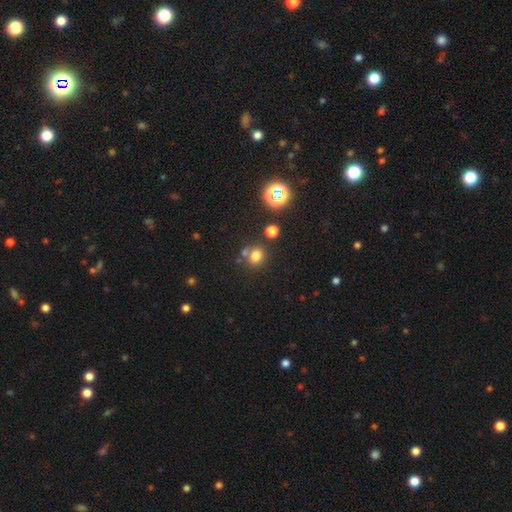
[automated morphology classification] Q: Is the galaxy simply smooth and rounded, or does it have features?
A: smooth — 72%.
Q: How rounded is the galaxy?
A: round — 78%.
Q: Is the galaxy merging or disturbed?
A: none — 69%.